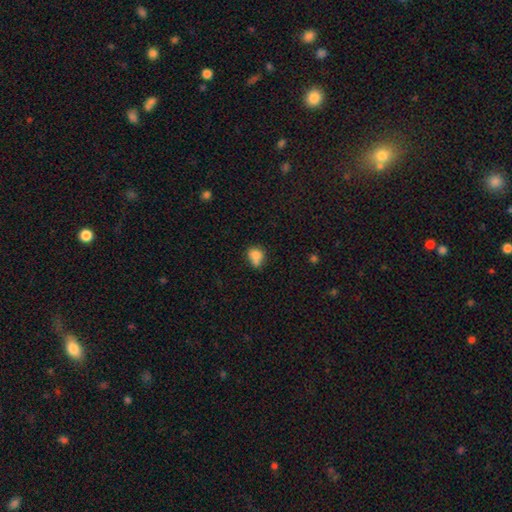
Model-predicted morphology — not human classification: Smooth or featured? Predicted: smooth (p=0.80). How rounded? Predicted: round (p=0.50). Merging? Predicted: none (p=0.41).